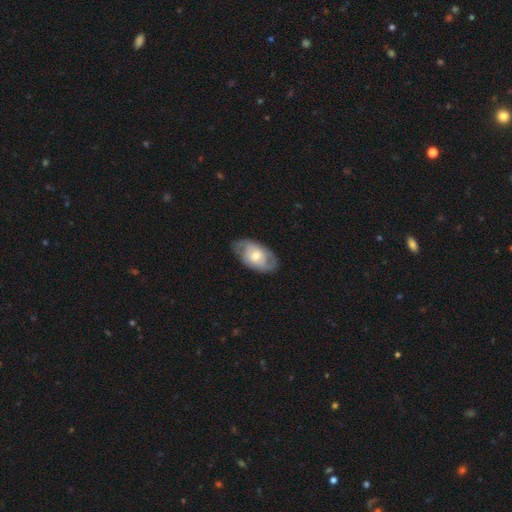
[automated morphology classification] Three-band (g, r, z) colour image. It shows a featured or disk galaxy (56%) with no bar (70%), spiral arms (67%) and a moderate central bulge (58%). Merging: none (73%).